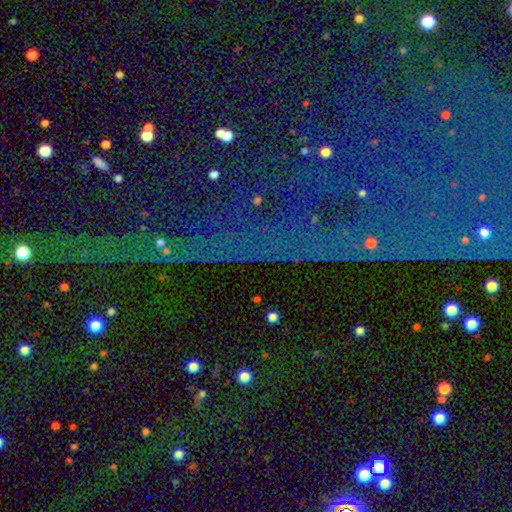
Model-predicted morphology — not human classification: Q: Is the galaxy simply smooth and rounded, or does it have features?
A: star or artifact — 83%.